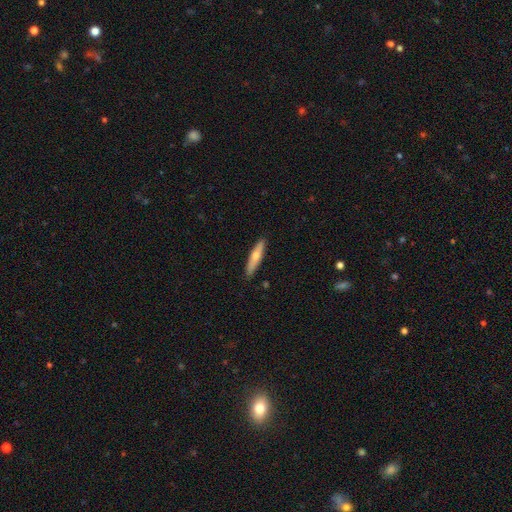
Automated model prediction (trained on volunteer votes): Q: Smooth or featured?
A: smooth (50%); runner-up: featured or disk (43%)
Q: How rounded?
A: cigar-shaped (85%); runner-up: in between (13%)
Q: Merging?
A: none (90%); runner-up: minor disturbance (7%)